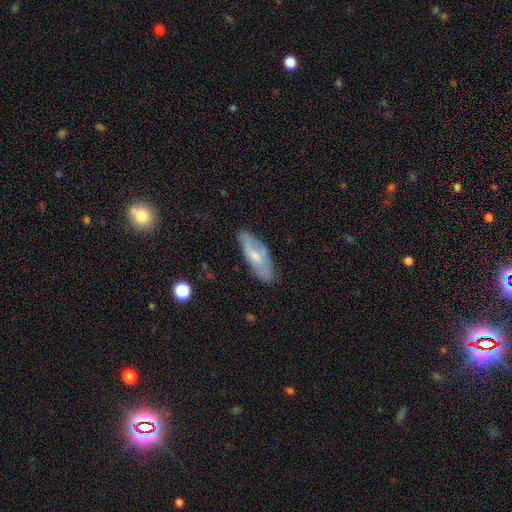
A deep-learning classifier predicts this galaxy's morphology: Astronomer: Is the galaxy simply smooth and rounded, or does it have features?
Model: smooth — 53% (runner-up: featured or disk, 40%).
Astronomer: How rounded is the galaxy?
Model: in between — 63%.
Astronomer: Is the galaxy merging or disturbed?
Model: none — 72%.